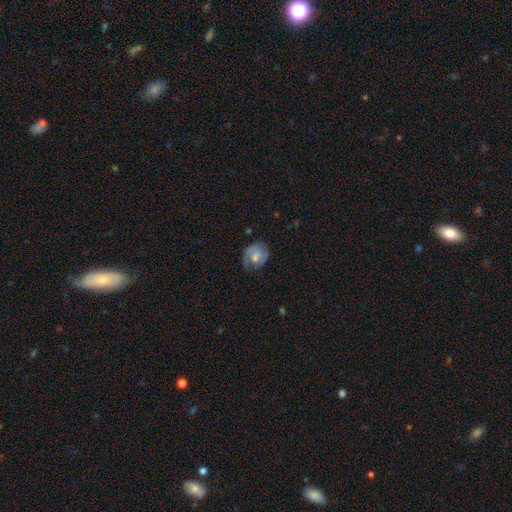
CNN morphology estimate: The model was most divided on "smooth or featured": featured or disk: 47%, smooth: 46%, star or artifact: 8%. More confident: merging — none (60%).